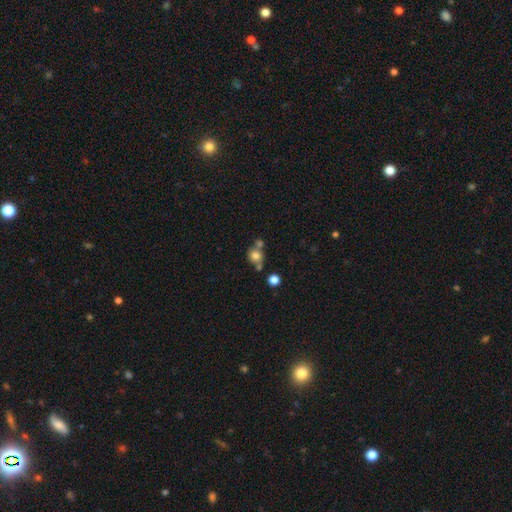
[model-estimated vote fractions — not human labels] smooth-or-featured: smooth: 75% | star or artifact: 12% | featured or disk: 12%
  how-rounded: round: 78% | in between: 21% | cigar-shaped: 1%
  merging: none: 49% | merger: 34% | minor disturbance: 12% | major disturbance: 5%